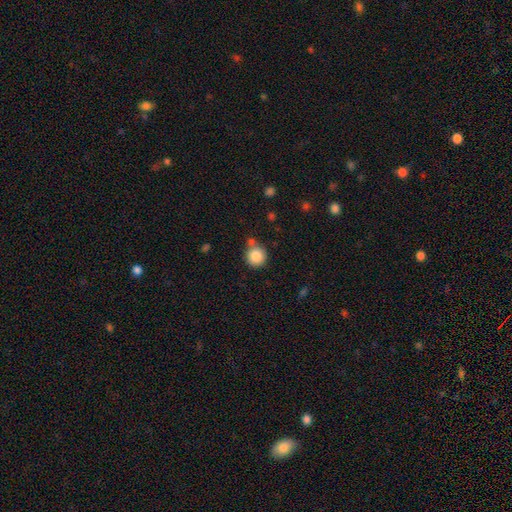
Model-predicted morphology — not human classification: Overall: smooth (85%). How rounded: round (92%). Merging: none (69%).